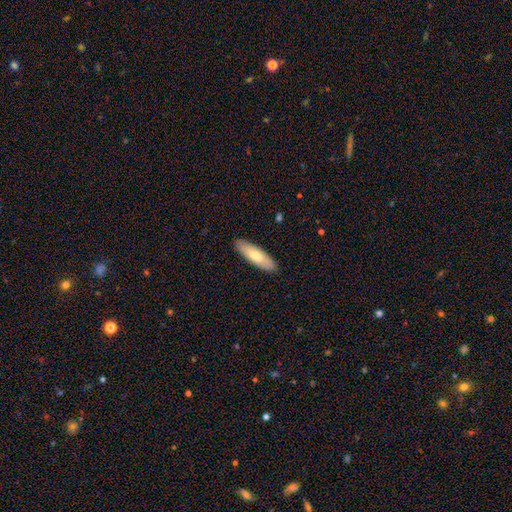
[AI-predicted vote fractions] Q: Smooth or featured?
A: smooth (70%); runner-up: featured or disk (25%)
Q: How rounded?
A: cigar-shaped (52%); runner-up: in between (47%)
Q: Merging?
A: none (89%); runner-up: minor disturbance (8%)